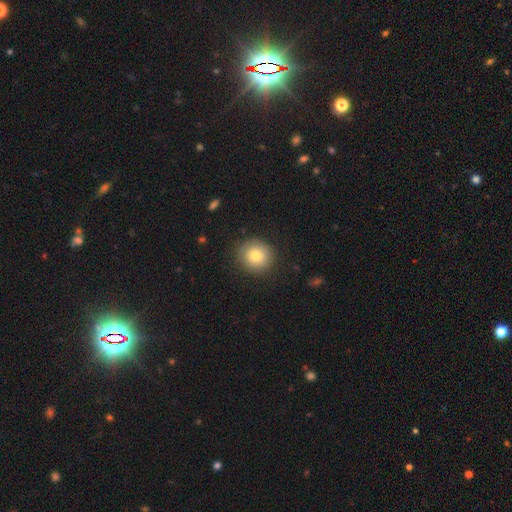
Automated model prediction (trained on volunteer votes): Smooth or featured: smooth — 78% (featured or disk — 12%)
How rounded: round — 91% (in between — 8%)
Merging: none — 87% (minor disturbance — 9%)